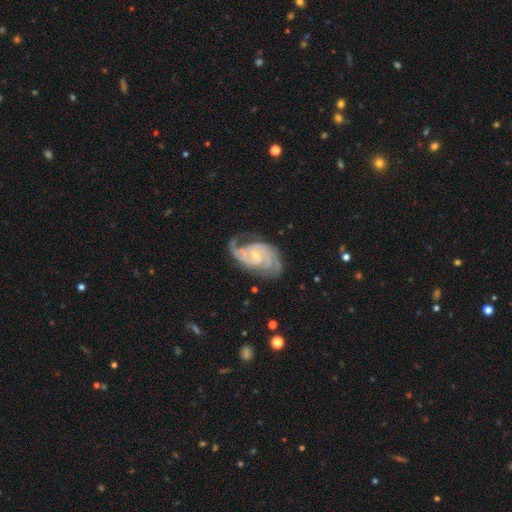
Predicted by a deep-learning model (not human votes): featured or disk 91%, smooth 5%, star or artifact 5%. Down the decision tree: edge-on disk — no (97%); bar — no (58%); spiral arms — yes (98%); spiral arm count — 2 (61%); spiral winding — tight (49%); bulge size — small (70%); merging — none (66%).